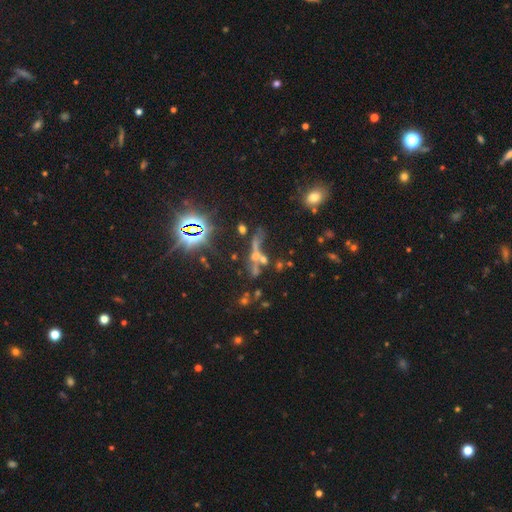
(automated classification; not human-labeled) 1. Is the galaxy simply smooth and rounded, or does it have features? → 48% star or artifact, 28% featured or disk, 25% smooth.